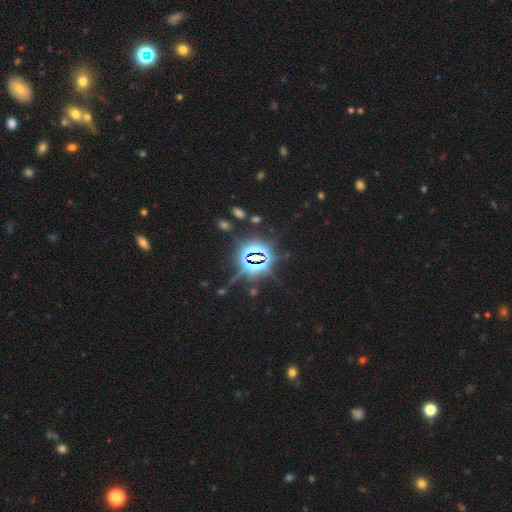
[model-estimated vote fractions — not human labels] The model was most divided on "smooth or featured": star or artifact: 82%, smooth: 10%, featured or disk: 8%.